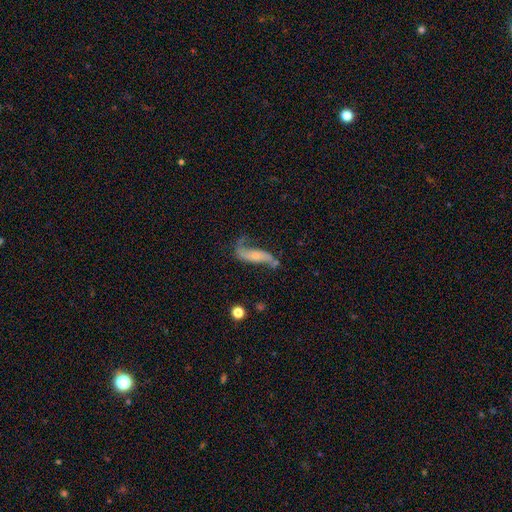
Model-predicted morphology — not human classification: Overall: featured or disk (77%). Edge-on disk: no (86%). Bar: no (58%; weak 25%). Spiral arms: yes (90%). Spiral arm count: 2 (84%). Spiral winding: loose (80%). Bulge size: small (63%; moderate 29%). Merging: none (50%; minor disturbance 24%).